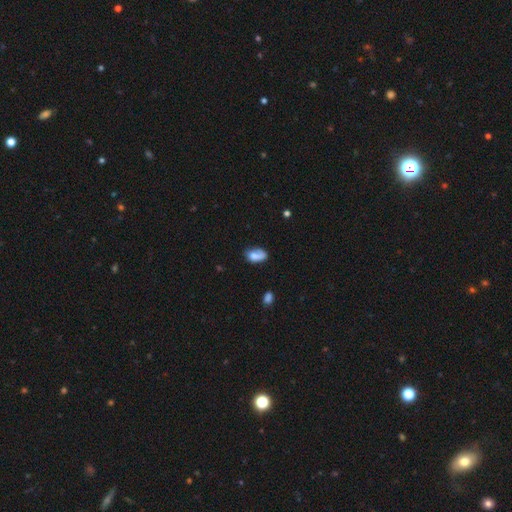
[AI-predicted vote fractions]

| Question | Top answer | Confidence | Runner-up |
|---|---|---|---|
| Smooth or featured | smooth | 70% | featured or disk (21%) |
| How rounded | in between | 88% | round (10%) |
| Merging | none | 43% | minor disturbance (29%) |